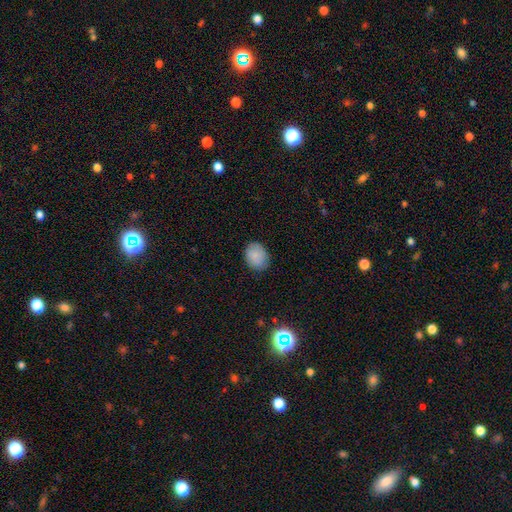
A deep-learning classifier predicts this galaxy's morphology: This appears to be a smooth galaxy with no disk features (85%) that is in between round and cigar-shaped (56%). Merging: none (83%).